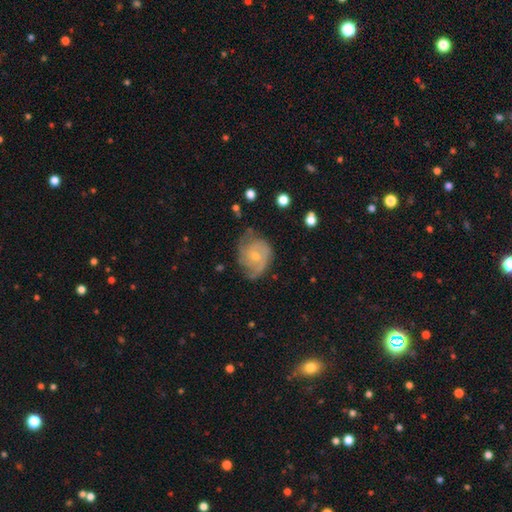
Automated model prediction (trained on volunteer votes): Smooth or featured? Predicted: featured or disk (p=0.71). Edge-on disk? Predicted: no (p=0.97). Bar? Predicted: no (p=0.69). Spiral arms? Predicted: yes (p=0.88). Spiral winding? Predicted: tight (p=0.41, tied with medium). Spiral arm count? Predicted: 2 (p=0.42). Bulge size? Predicted: small (p=0.58). Merging? Predicted: none (p=0.54).